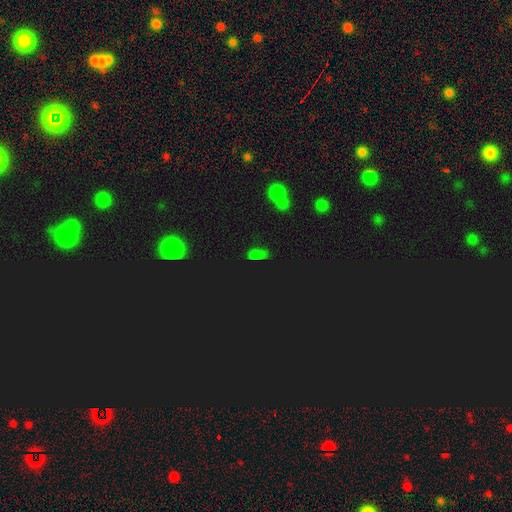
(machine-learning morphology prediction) Smooth or featured? Predicted: star or artifact (p=0.50).